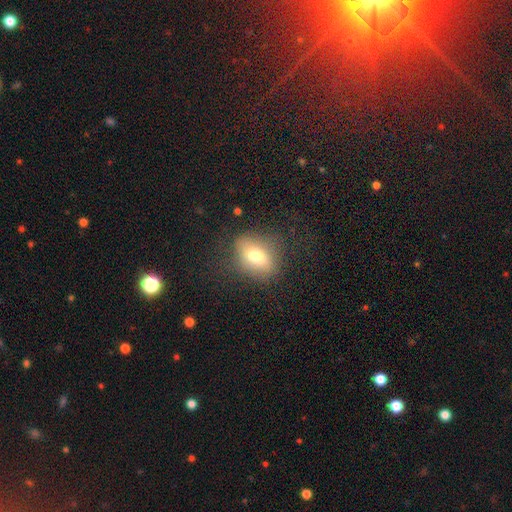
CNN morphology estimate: smooth 66%, featured or disk 24%, star or artifact 11%. Down the decision tree: how rounded — in between (68%); merging — none (73%).